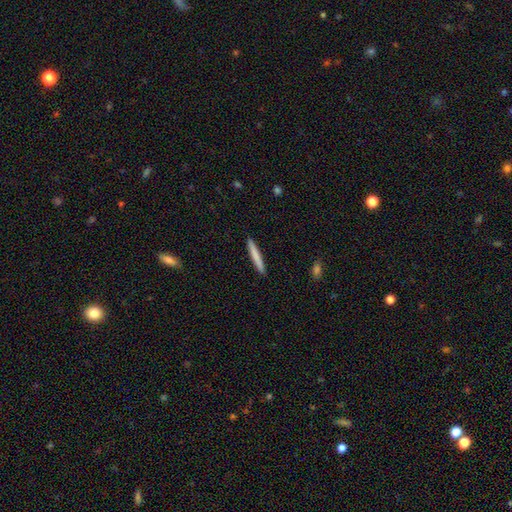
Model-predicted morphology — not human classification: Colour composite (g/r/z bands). It shows a smooth galaxy with no disk features (78%) that is cigar-shaped (96%). Merging: none (92%).